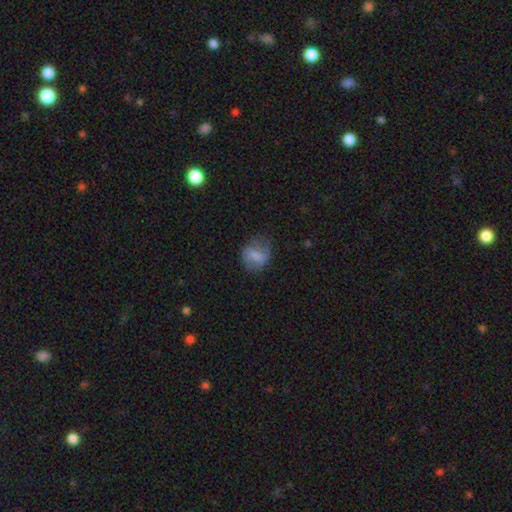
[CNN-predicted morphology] Smooth or featured: smooth — 62% (featured or disk — 29%)
How rounded: in between — 53% (round — 45%)
Merging: none — 53% (minor disturbance — 28%)